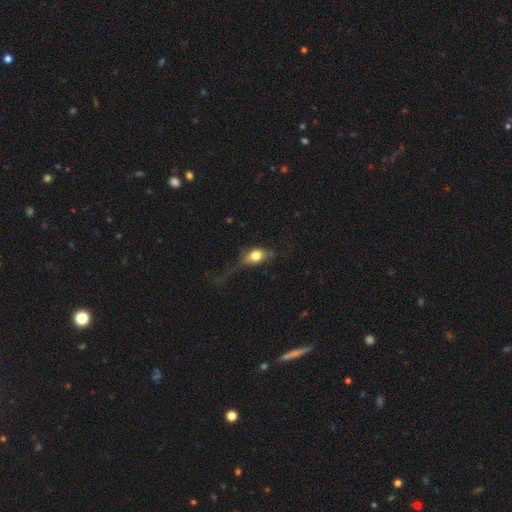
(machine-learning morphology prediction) Q: Smooth or featured?
A: smooth (72%); runner-up: featured or disk (20%)
Q: How rounded?
A: in between (72%); runner-up: round (22%)
Q: Merging?
A: major disturbance (38%); runner-up: none (34%)